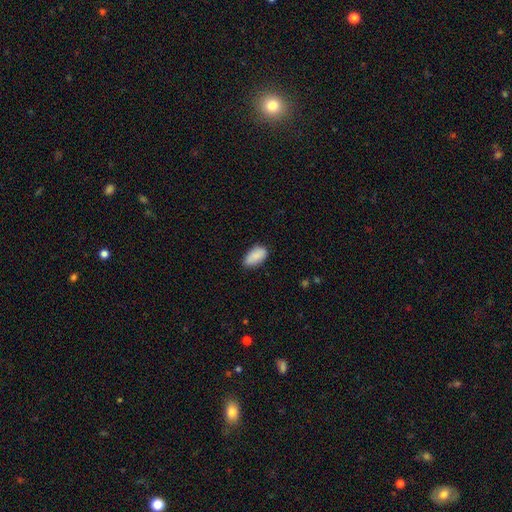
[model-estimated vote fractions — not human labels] Smooth or featured?
  - smooth: 89% *
  - star or artifact: 7%
  - featured or disk: 5%
How rounded?
  - in between: 93% *
  - cigar-shaped: 4%
  - round: 3%
Merging?
  - none: 78% *
  - minor disturbance: 18%
  - major disturbance: 3%
  - merger: 1%